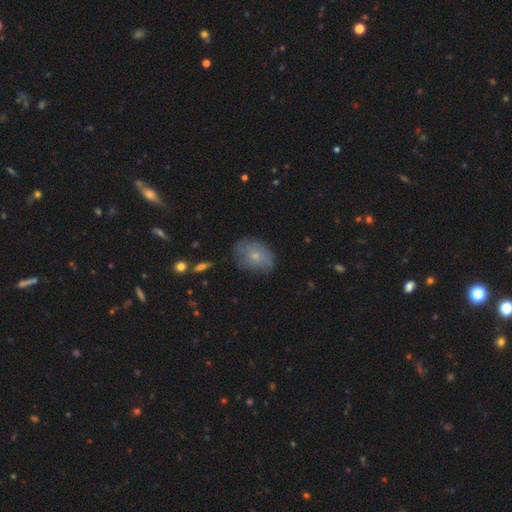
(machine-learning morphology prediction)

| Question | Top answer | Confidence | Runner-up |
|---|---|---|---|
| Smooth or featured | smooth | 65% | featured or disk (26%) |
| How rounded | in between | 72% | round (26%) |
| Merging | none | 67% | minor disturbance (25%) |